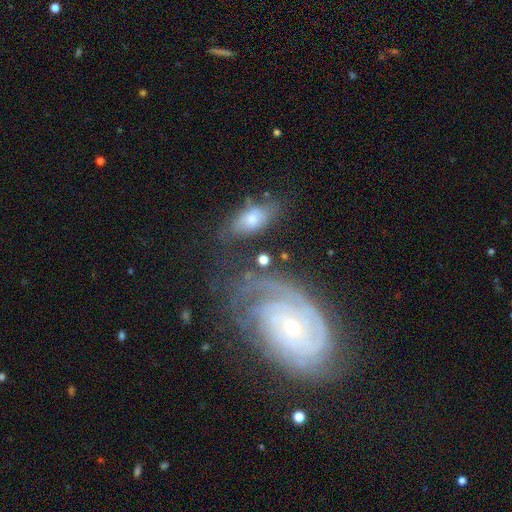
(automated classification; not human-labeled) featured or disk 80%, smooth 11%, star or artifact 9%. Down the decision tree: edge-on disk — no (94%); bar — no (73%); spiral arms — yes (93%); spiral arm count — 2 (34%, tied with can't tell); spiral winding — tight (79%); bulge size — small (62%); merging — none (58%).